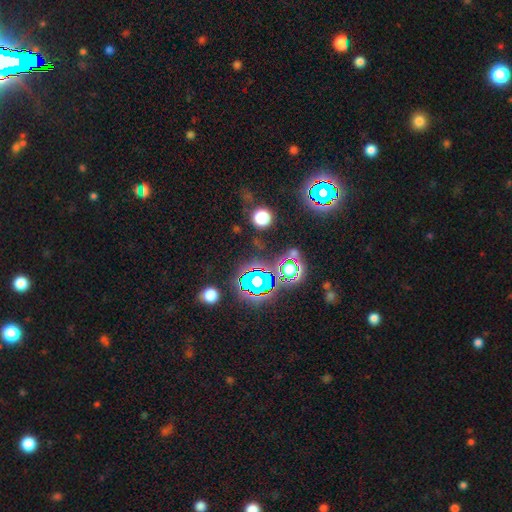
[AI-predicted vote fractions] star or artifact 78%, smooth 14%, featured or disk 8%.